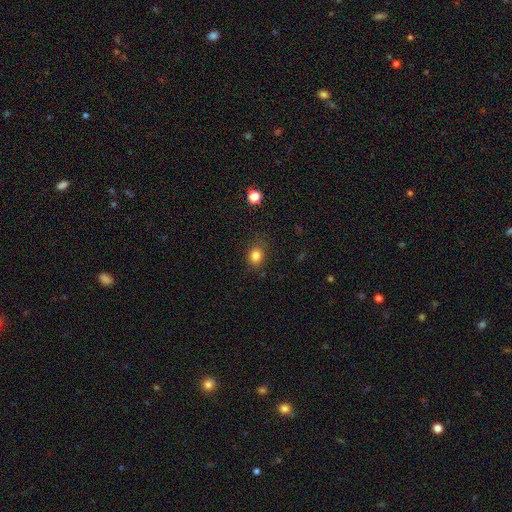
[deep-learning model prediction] Q: Smooth or featured?
A: smooth (82%); runner-up: star or artifact (12%)
Q: How rounded?
A: round (51%); runner-up: in between (48%)
Q: Merging?
A: none (80%); runner-up: minor disturbance (14%)